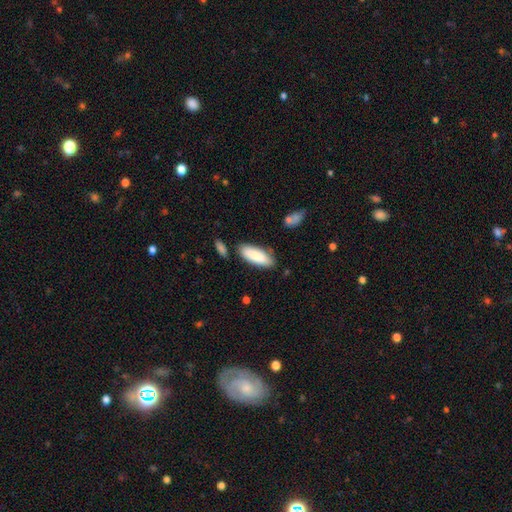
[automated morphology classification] This appears to be a smooth galaxy with no disk features (85%) that is in between round and cigar-shaped (73%). Merging: none (78%).